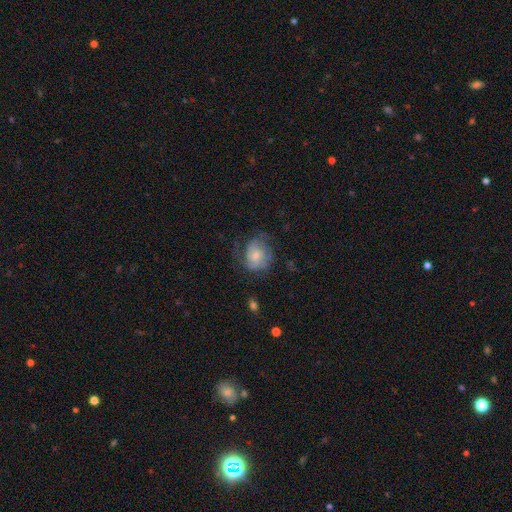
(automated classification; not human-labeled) A smooth galaxy with no disk features (48%). Merging: none (46%).